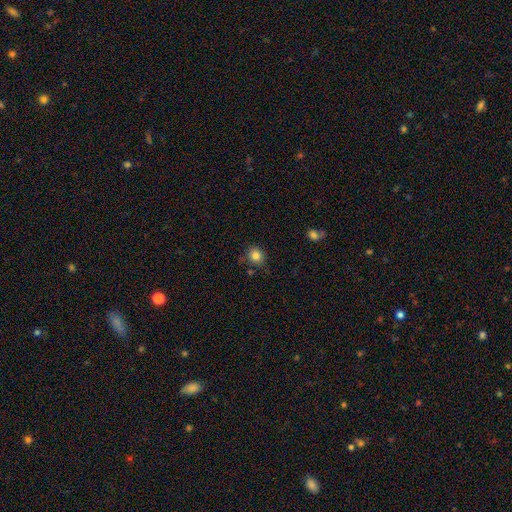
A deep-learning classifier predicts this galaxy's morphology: smooth-or-featured: smooth: 83% | star or artifact: 11% | featured or disk: 6%
  how-rounded: round: 81% | in between: 18% | cigar-shaped: 1%
  merging: none: 81% | minor disturbance: 13% | merger: 4% | major disturbance: 3%